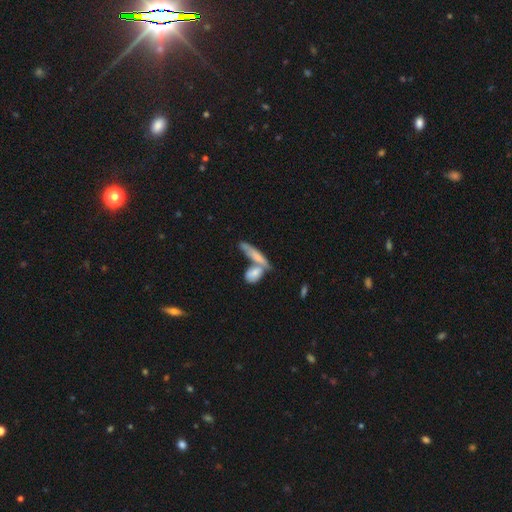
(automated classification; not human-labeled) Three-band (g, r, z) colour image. It shows a smooth galaxy with no disk features (67%) that is cigar-shaped (58%). Merging: merger (50%).